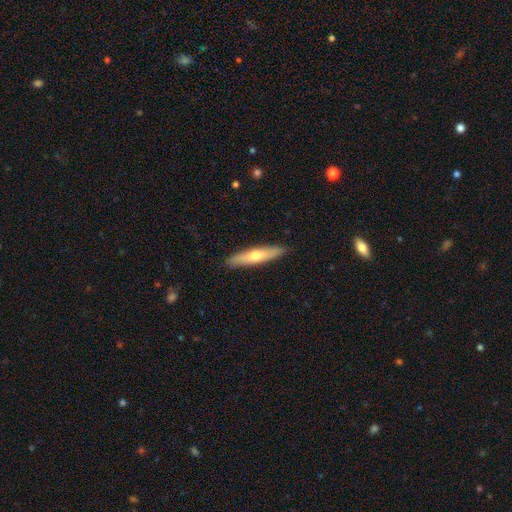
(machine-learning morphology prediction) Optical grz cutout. It shows a smooth galaxy with no disk features (54%) that is cigar-shaped (84%). Merging: none (90%).